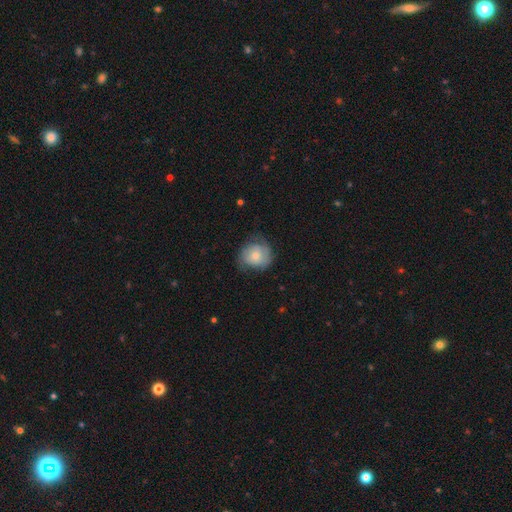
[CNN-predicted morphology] Overall: smooth (51%; featured or disk 42%). How rounded: round (76%). Merging: none (60%; minor disturbance 27%).